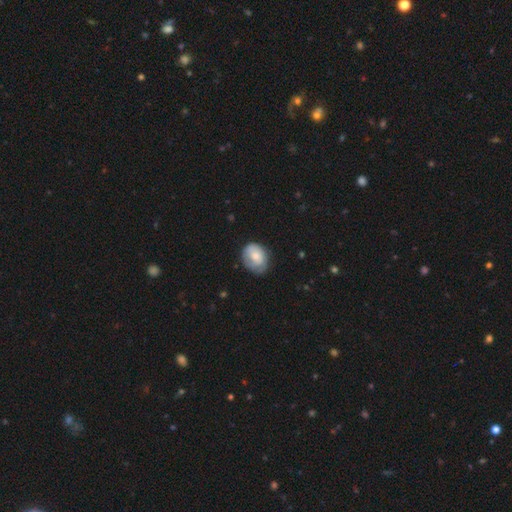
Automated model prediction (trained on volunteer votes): Overall: smooth (68%). How rounded: in between (54%; round 45%). Merging: none (59%; minor disturbance 31%).